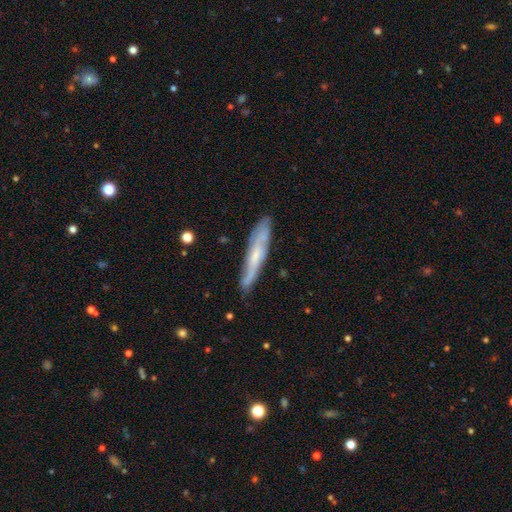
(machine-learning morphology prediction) Overall: featured or disk (61%; smooth 33%). Edge-on disk: yes (62%; no 38%). Merging: none (78%).